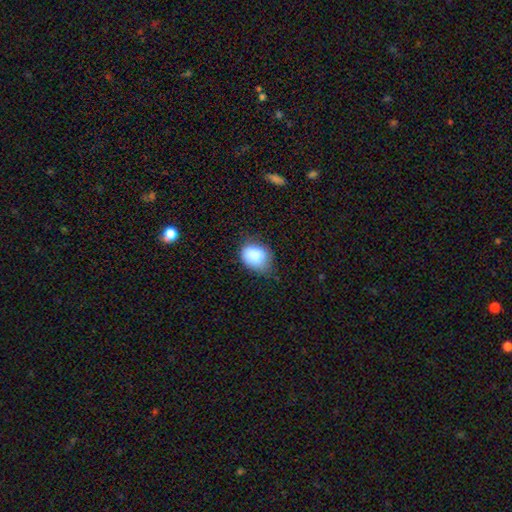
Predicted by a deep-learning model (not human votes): Overall: smooth (86%). How rounded: in between (58%; round 41%). Merging: none (52%; minor disturbance 37%).